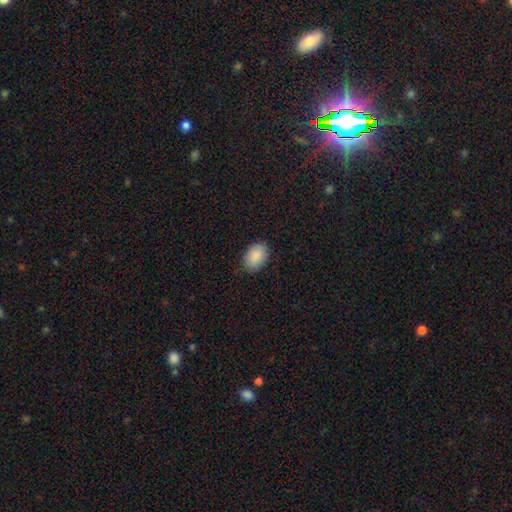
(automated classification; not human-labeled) Smooth or featured? Predicted: smooth (p=0.89). How rounded? Predicted: in between (p=0.86). Merging? Predicted: none (p=0.86).